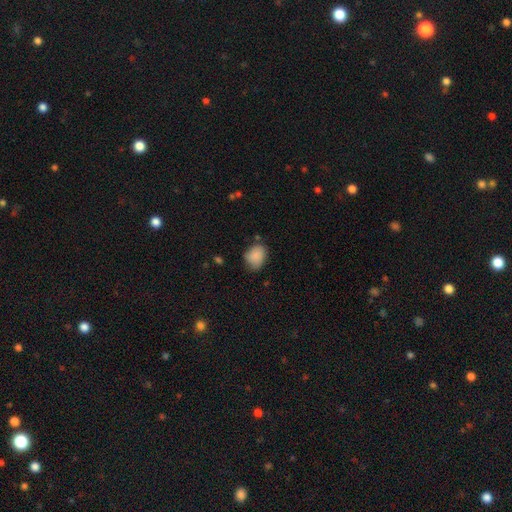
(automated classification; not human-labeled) This appears to be a smooth galaxy with no disk features (87%) that is in between round and cigar-shaped (66%). Merging: none (64%).